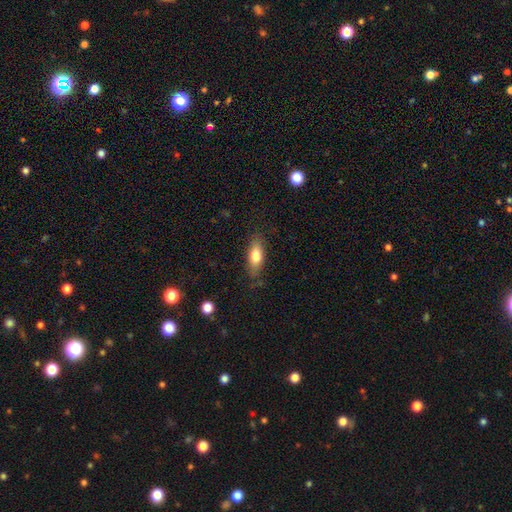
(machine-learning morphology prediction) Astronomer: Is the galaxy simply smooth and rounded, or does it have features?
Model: smooth — 75%.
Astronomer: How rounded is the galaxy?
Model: in between — 73%.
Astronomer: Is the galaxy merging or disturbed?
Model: none — 78%.